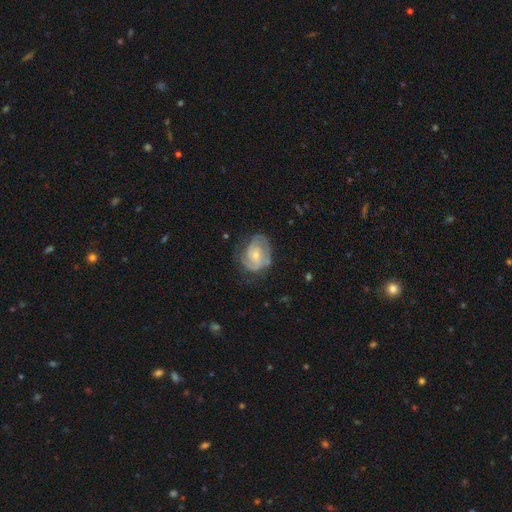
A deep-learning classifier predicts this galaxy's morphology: A featured or disk galaxy (73%) with no bar (69%), 2 (42%) tight (54%) spiral arms (87%) and a small central bulge (63%). Merging: none (55%).